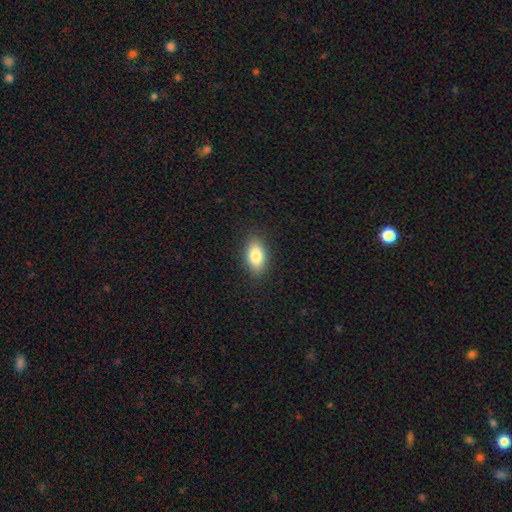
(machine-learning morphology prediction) smooth 82%, featured or disk 10%, star or artifact 8%. Down the decision tree: how rounded — in between (88%); merging — none (88%).